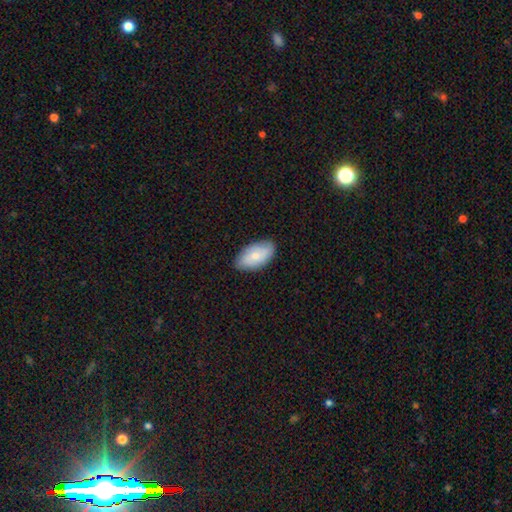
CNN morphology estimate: A smooth galaxy with no disk features (72%) that is in between round and cigar-shaped (95%). Merging: none (83%).